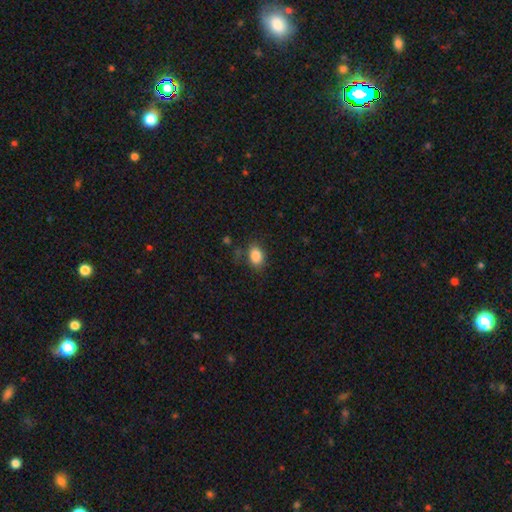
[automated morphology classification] A smooth galaxy with no disk features (87%) that is in between round and cigar-shaped (81%).

Vote fractions:
- Smooth or featured? smooth: 87% / star or artifact: 9% / featured or disk: 4%
- How rounded? in between: 81% / round: 18% / cigar-shaped: 1%
- Merging? none: 77% / minor disturbance: 16% / major disturbance: 5% / merger: 2%